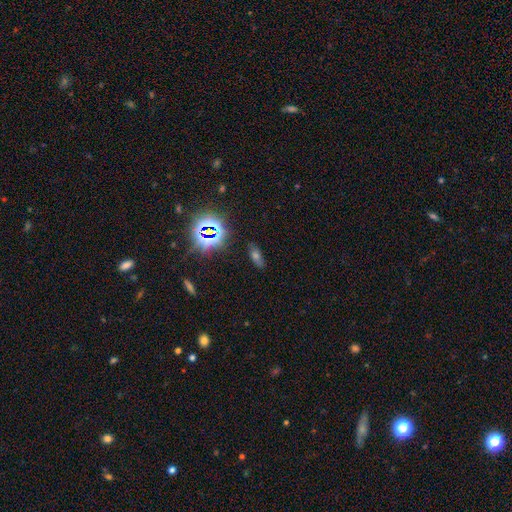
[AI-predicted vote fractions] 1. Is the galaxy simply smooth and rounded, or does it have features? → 43% smooth, 40% star or artifact, 17% featured or disk.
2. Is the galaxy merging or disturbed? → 83% none, 11% minor disturbance, 3% major disturbance, 2% merger.